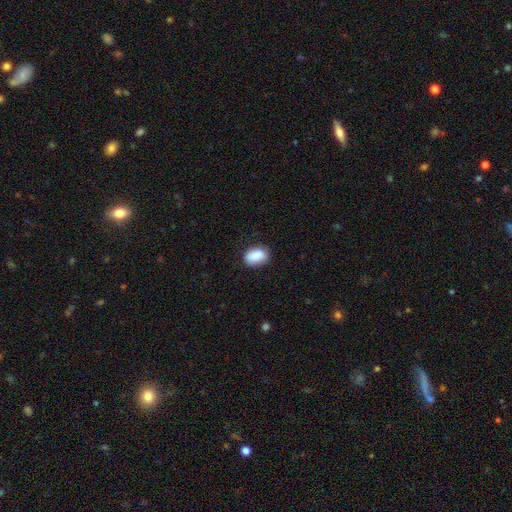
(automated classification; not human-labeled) Overall: smooth (88%). How rounded: in between (86%). Merging: none (78%).